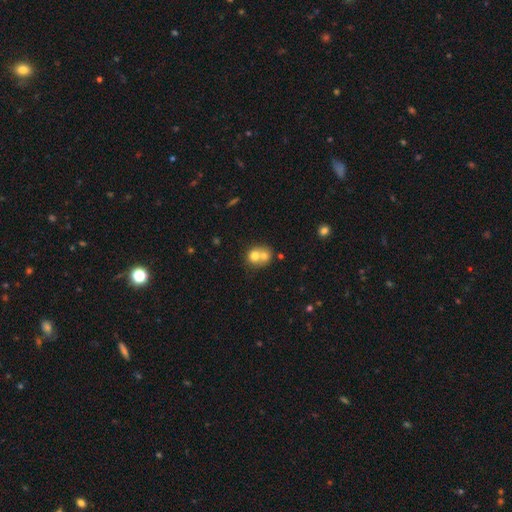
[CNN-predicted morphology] smooth 69%, featured or disk 21%, star or artifact 10%. Down the decision tree: how rounded — round (73%); merging — merger (66%).